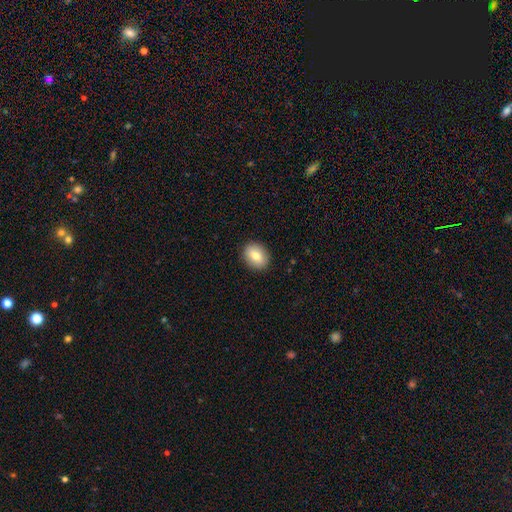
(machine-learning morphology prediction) A smooth galaxy with no disk features (78%) that is in between round and cigar-shaped (53%). Merging: none (90%).